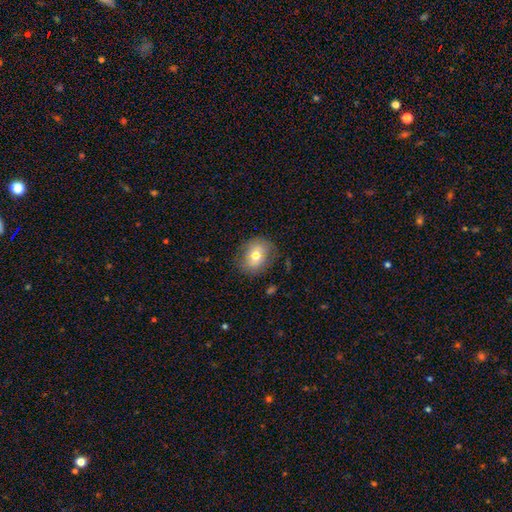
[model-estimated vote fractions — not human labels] Q: Smooth or featured?
A: smooth (70%); runner-up: featured or disk (20%)
Q: How rounded?
A: round (53%); runner-up: in between (46%)
Q: Merging?
A: none (75%); runner-up: minor disturbance (17%)